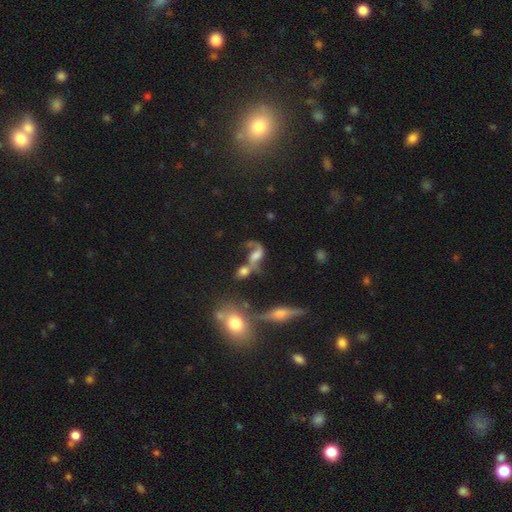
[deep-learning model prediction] smooth_or_featured: featured or disk (p=0.65) [alt: smooth p=0.23]
disk_edge_on: no (p=0.94) [alt: yes p=0.06]
bar: no (p=0.51) [alt: weak p=0.35]
has_spiral_arms: yes (p=0.84) [alt: no p=0.16]
spiral_winding: loose (p=0.77) [alt: medium p=0.18]
spiral_arm_count: 2 (p=0.72) [alt: 1 p=0.21]
bulge_size: moderate (p=0.32) [alt: none p=0.23]
merging: merger (p=0.46) [alt: none p=0.25]